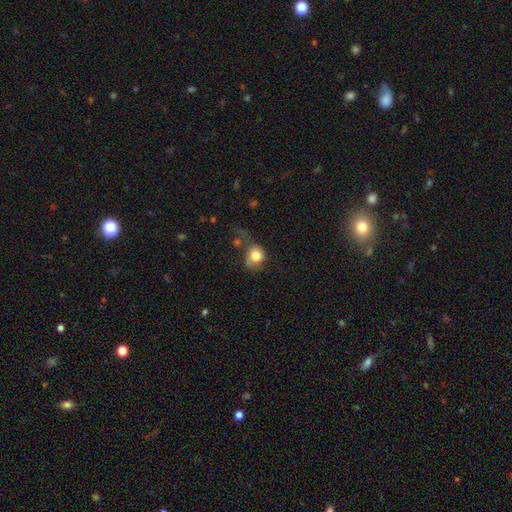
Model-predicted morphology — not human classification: smooth_or_featured: smooth (p=0.78) [alt: featured or disk p=0.14]
how_rounded: round (p=0.70) [alt: in between p=0.29]
merging: none (p=0.36) [alt: minor disturbance p=0.27]